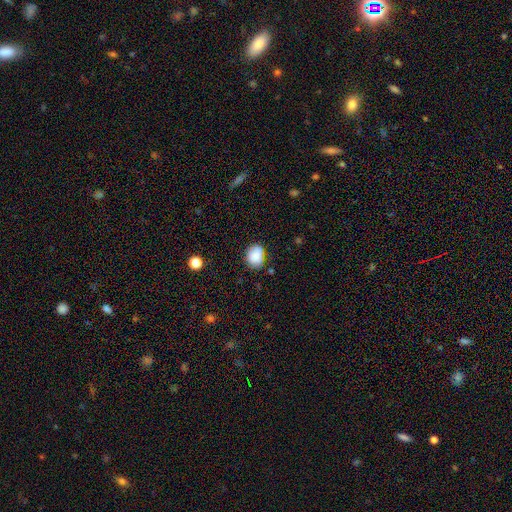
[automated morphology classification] A smooth galaxy with no disk features (84%) that is round (54%).

Vote fractions:
- Smooth or featured? smooth: 84% / star or artifact: 9% / featured or disk: 7%
- How rounded? round: 54% / in between: 46% / cigar-shaped: 1%
- Merging? none: 72% / minor disturbance: 21% / major disturbance: 4% / merger: 3%